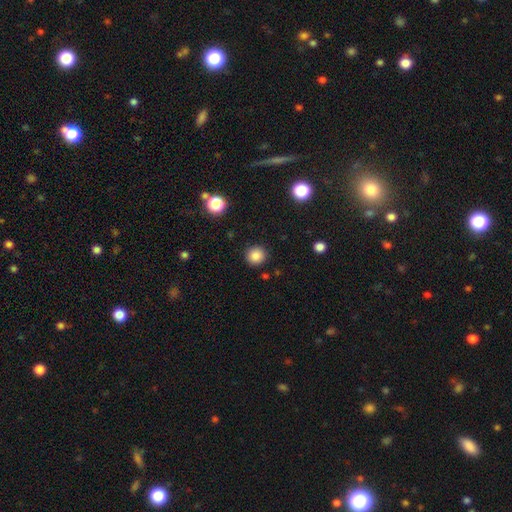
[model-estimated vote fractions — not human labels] Smooth or featured?
  - smooth: 85% *
  - star or artifact: 11%
  - featured or disk: 4%
How rounded?
  - round: 93% *
  - in between: 6%
  - cigar-shaped: 1%
Merging?
  - none: 90% *
  - minor disturbance: 6%
  - major disturbance: 2%
  - merger: 1%